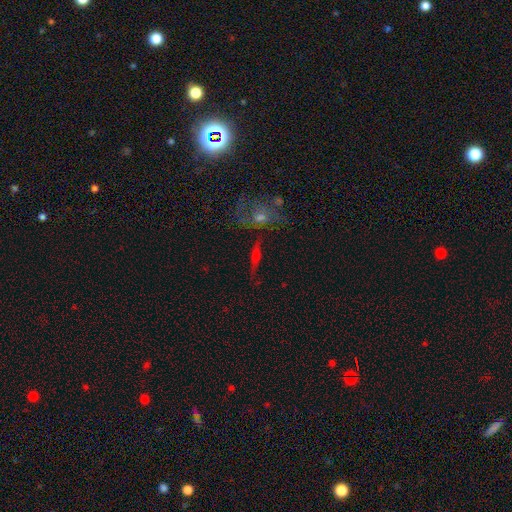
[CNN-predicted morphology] This is possibly a featured or disk galaxy (53%). It is clearly viewed edge-on (85%). Merging: likely none (74%).